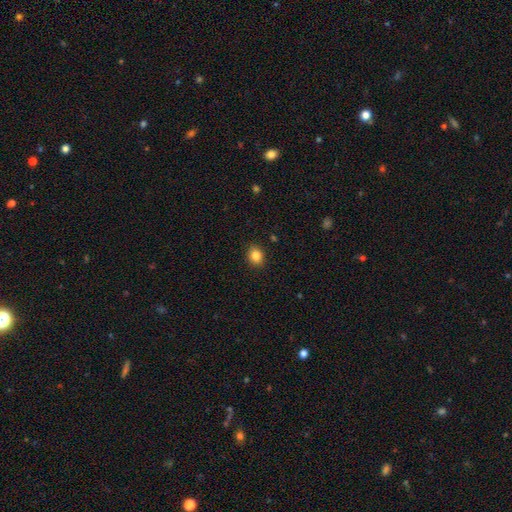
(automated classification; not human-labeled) Smooth or featured?
  - smooth: 86% *
  - star or artifact: 10%
  - featured or disk: 5%
How rounded?
  - round: 54% *
  - in between: 45%
  - cigar-shaped: 1%
Merging?
  - none: 90% *
  - minor disturbance: 7%
  - major disturbance: 2%
  - merger: 1%